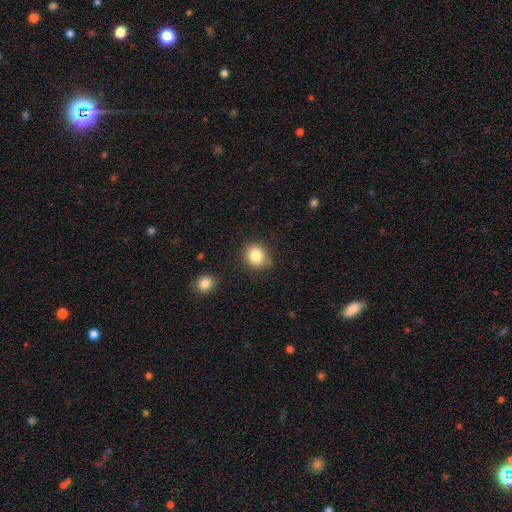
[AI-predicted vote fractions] smooth 83%, star or artifact 10%, featured or disk 7%. Down the decision tree: how rounded — round (78%); merging — none (81%).